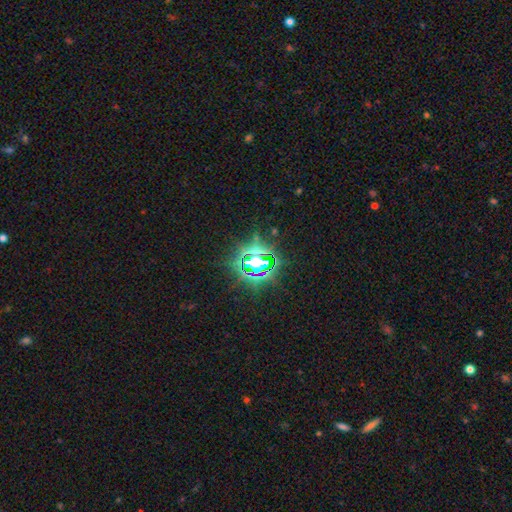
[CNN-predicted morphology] Q: Smooth or featured?
A: star or artifact (81%); runner-up: smooth (11%)